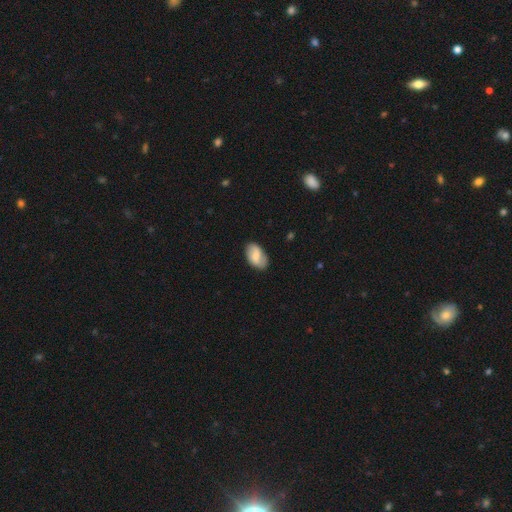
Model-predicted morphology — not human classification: Smooth or featured? smooth (58%)
How rounded? in between (93%)
Merging? none (76%)